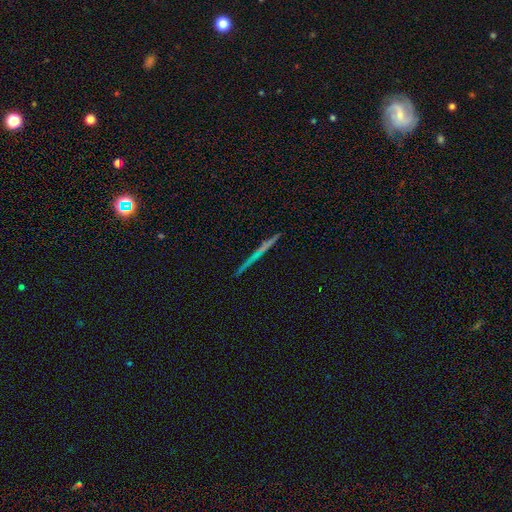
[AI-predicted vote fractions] Smooth or featured? Predicted: featured or disk (p=0.53). Edge-on disk? Predicted: yes (p=0.97). Edge-on bulge? Predicted: none (p=0.89). Merging? Predicted: none (p=0.91).